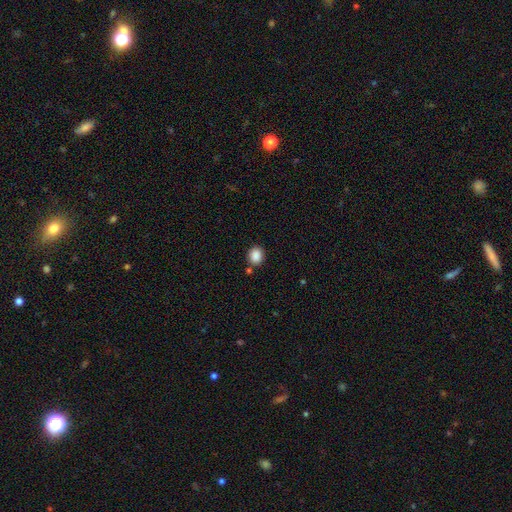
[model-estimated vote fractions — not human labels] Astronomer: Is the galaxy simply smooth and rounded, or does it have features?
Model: smooth — 88%.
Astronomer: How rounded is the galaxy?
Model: round — 69%.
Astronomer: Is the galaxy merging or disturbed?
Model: none — 82%.